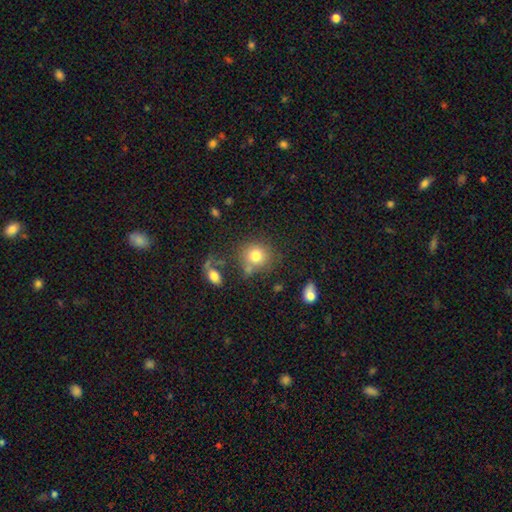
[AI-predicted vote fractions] Smooth or featured?
  - smooth: 79% *
  - star or artifact: 11%
  - featured or disk: 10%
How rounded?
  - round: 86% *
  - in between: 13%
  - cigar-shaped: 1%
Merging?
  - none: 66% *
  - minor disturbance: 14%
  - merger: 12%
  - major disturbance: 7%